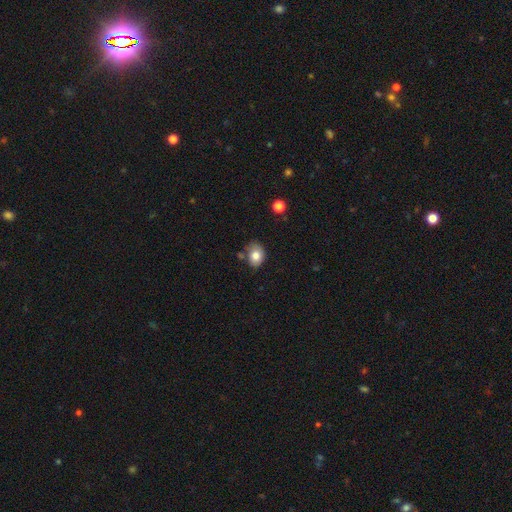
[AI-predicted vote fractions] Overall: smooth (80%). How rounded: in between (62%; round 38%). Merging: none (61%; minor disturbance 24%).